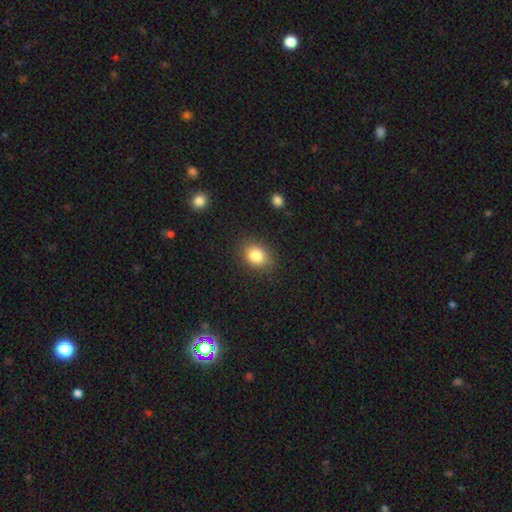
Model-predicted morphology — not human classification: A smooth galaxy with no disk features (83%) that is in between round and cigar-shaped (60%).

Vote fractions:
- Smooth or featured? smooth: 83% / star or artifact: 10% / featured or disk: 7%
- How rounded? in between: 60% / round: 38% / cigar-shaped: 1%
- Merging? none: 84% / minor disturbance: 11% / major disturbance: 3% / merger: 1%